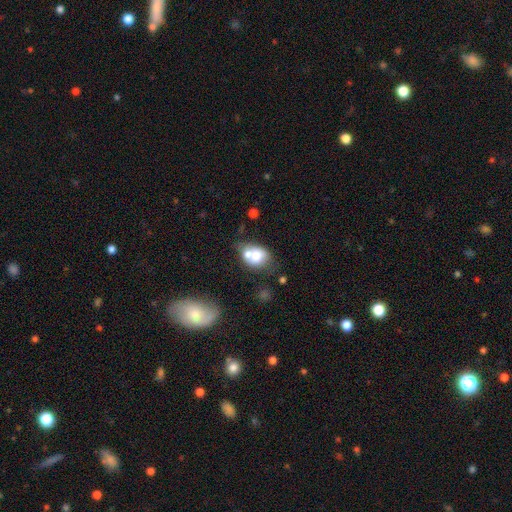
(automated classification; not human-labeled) smooth-or-featured: smooth: 68% | featured or disk: 23% | star or artifact: 9%
  how-rounded: in between: 56% | round: 43% | cigar-shaped: 1%
  merging: merger: 56% | none: 27% | minor disturbance: 11% | major disturbance: 6%